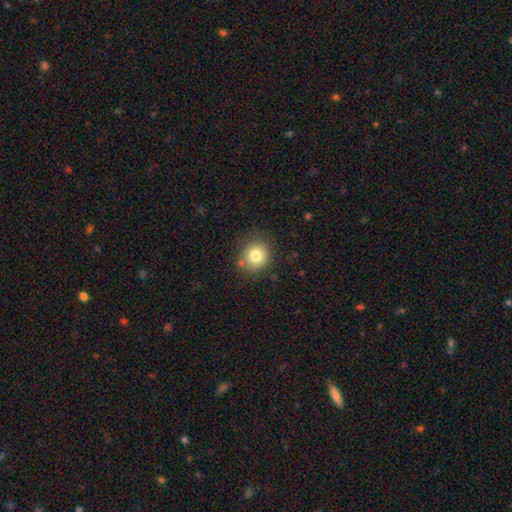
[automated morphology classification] This is clearly a smooth galaxy (80%). How rounded: clearly round (87%). Merging: clearly none (80%).